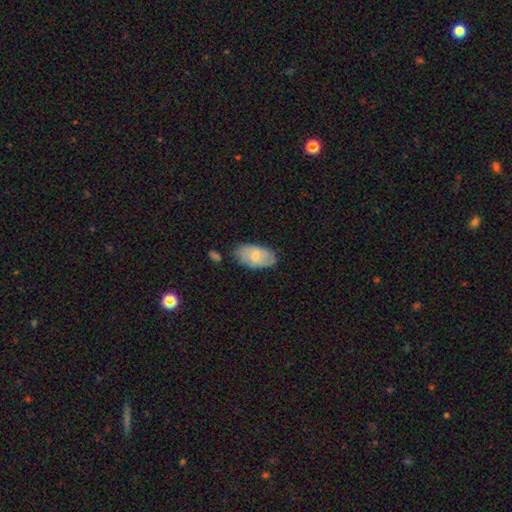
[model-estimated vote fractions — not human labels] A smooth galaxy with no disk features (57%) that is in between round and cigar-shaped (93%).

Vote fractions:
- Smooth or featured? smooth: 57% / featured or disk: 37% / star or artifact: 6%
- How rounded? in between: 93% / round: 5% / cigar-shaped: 2%
- Merging? none: 72% / minor disturbance: 20% / major disturbance: 4% / merger: 4%